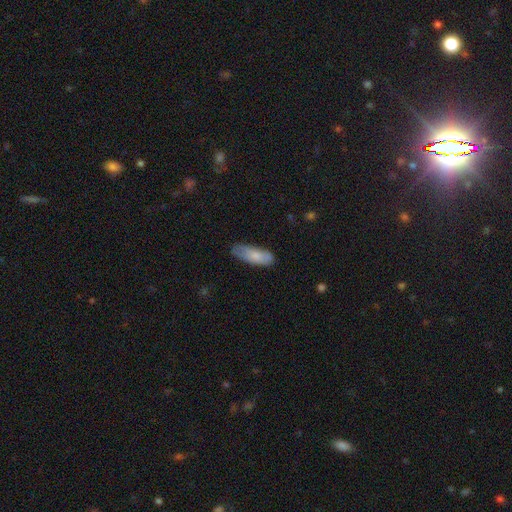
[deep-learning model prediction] Smooth or featured: smooth — 77% (featured or disk — 17%)
How rounded: in between — 69% (cigar-shaped — 29%)
Merging: none — 66% (minor disturbance — 26%)